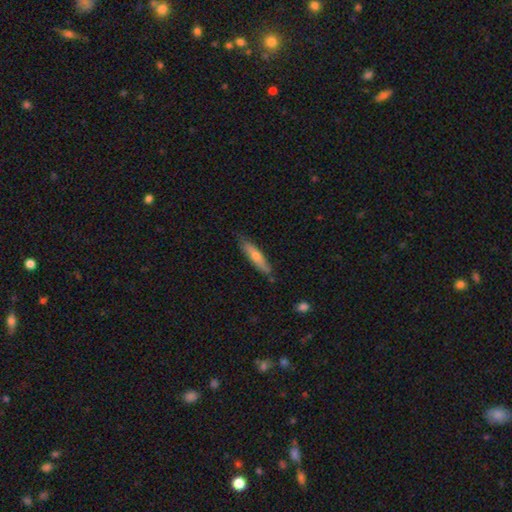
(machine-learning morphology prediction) smooth 49%, featured or disk 45%, star or artifact 6%. Down the decision tree: merging — none (83%).